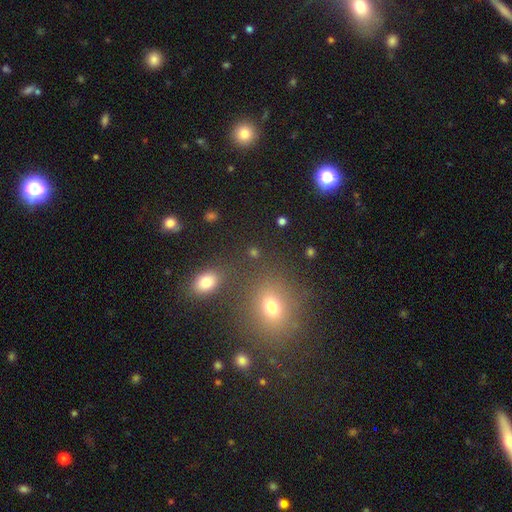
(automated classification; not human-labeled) This appears to be a smooth galaxy with no disk features (58%) that is in between round and cigar-shaped (51%). Merging: none (75%).